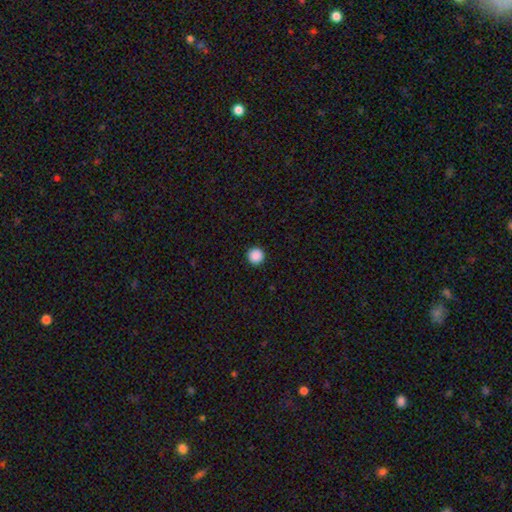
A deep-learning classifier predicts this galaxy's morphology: The model was most divided on "smooth or featured": smooth: 89%, star or artifact: 9%, featured or disk: 2%. More confident: how rounded — round (97%); merging — none (94%).